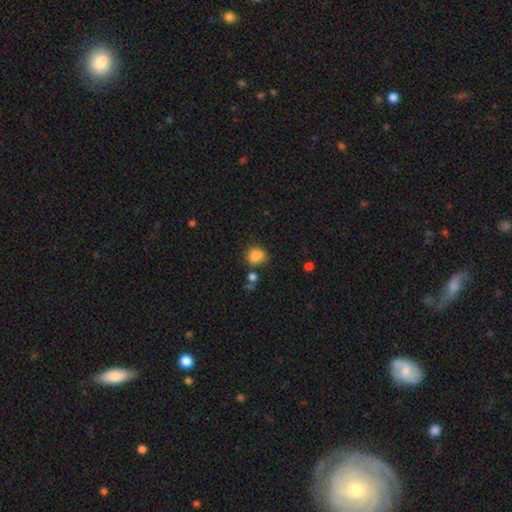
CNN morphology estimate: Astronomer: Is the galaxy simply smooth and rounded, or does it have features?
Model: smooth — 82%.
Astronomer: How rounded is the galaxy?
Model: round — 62% (runner-up: in between, 37%).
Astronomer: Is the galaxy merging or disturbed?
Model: none — 57%.